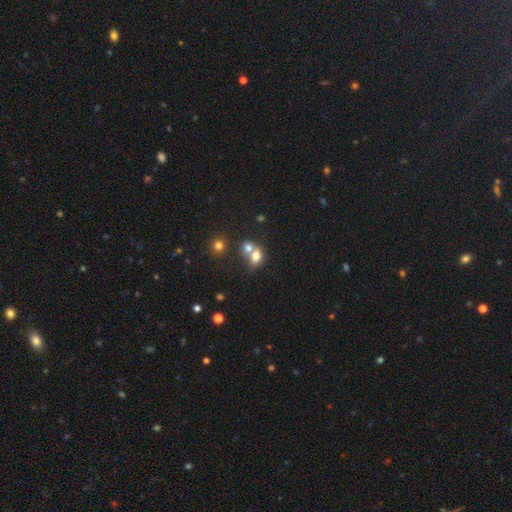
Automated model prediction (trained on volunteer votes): This appears to be a smooth galaxy with no disk features (73%) that is in between round and cigar-shaped (58%). Merging: merger (60%).